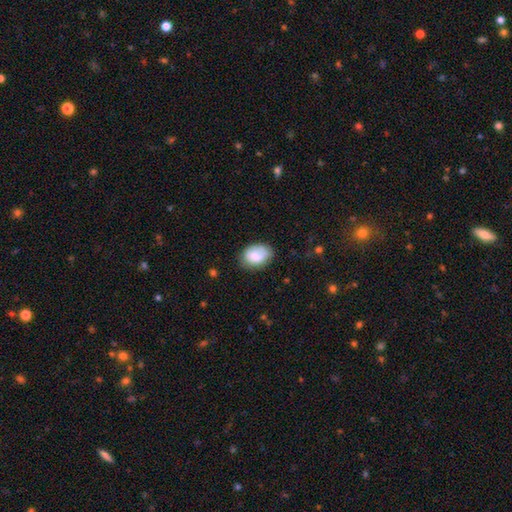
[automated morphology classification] type=smooth (79%); roundness=in between (80%); merging=none (67%).